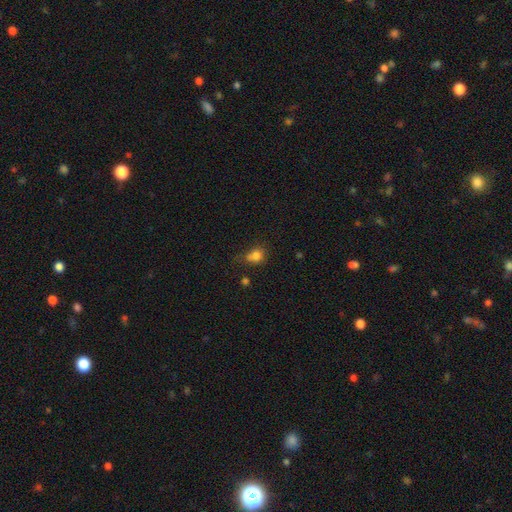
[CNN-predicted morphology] smooth_or_featured: smooth (p=0.79) [alt: star or artifact p=0.13]
how_rounded: round (p=0.67) [alt: in between p=0.32]
merging: none (p=0.46) [alt: minor disturbance p=0.24]